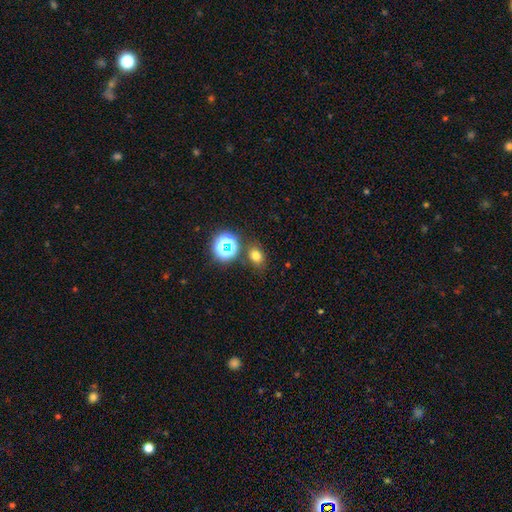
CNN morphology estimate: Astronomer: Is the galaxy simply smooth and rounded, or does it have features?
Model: smooth — 69%.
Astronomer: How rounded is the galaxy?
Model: in between — 54% (runner-up: round, 45%).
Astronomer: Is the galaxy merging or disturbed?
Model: none — 77%.